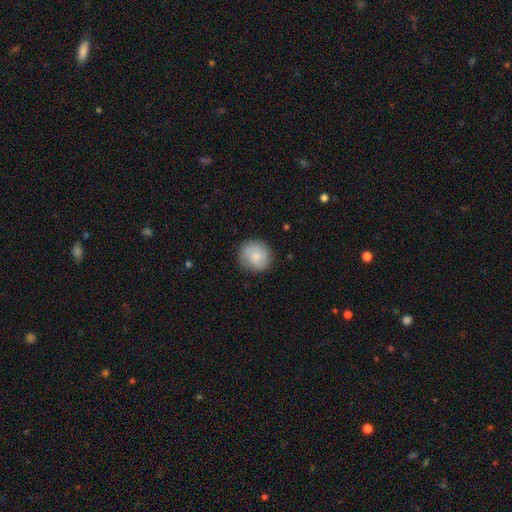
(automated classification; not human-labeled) smooth 82%, featured or disk 12%, star or artifact 7%. Down the decision tree: how rounded — round (89%); merging — none (84%).